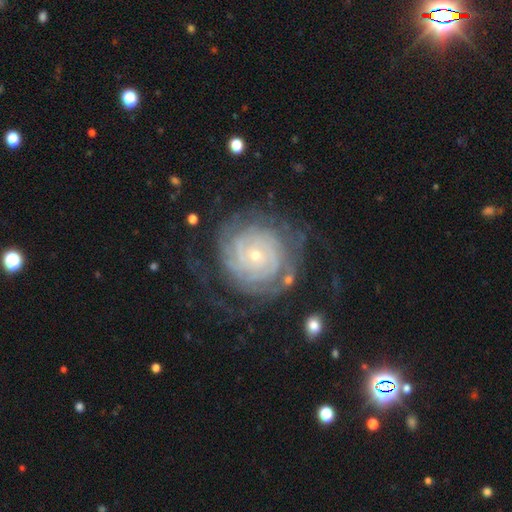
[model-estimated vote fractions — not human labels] Smooth or featured? featured or disk (84%)
Edge-on disk? no (97%)
Bar? no (78%)
Spiral arms? yes (94%)
Spiral winding? tight (82%)
Spiral arm count? can't tell (39%)
Bulge size? small (79%)
Merging? none (67%)